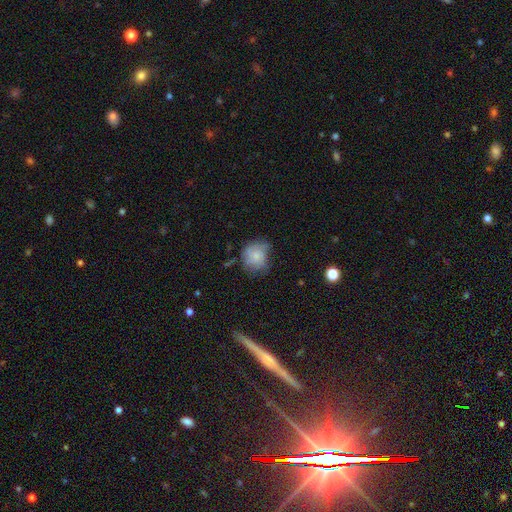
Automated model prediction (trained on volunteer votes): This appears to be a smooth galaxy with no disk features (64%) that is round (74%). Merging: none (52%).